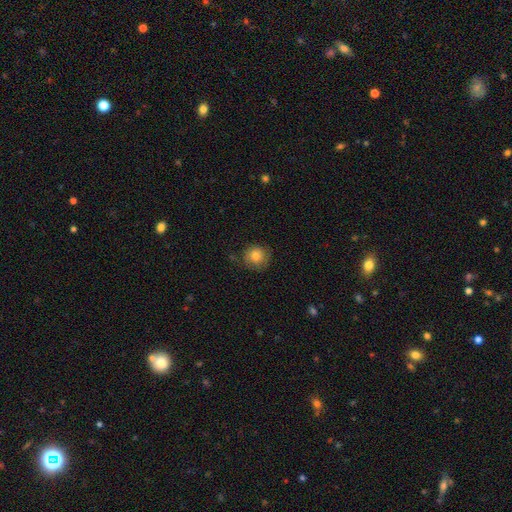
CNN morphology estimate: A smooth galaxy with no disk features (79%) that is round (90%). Merging: none (76%).